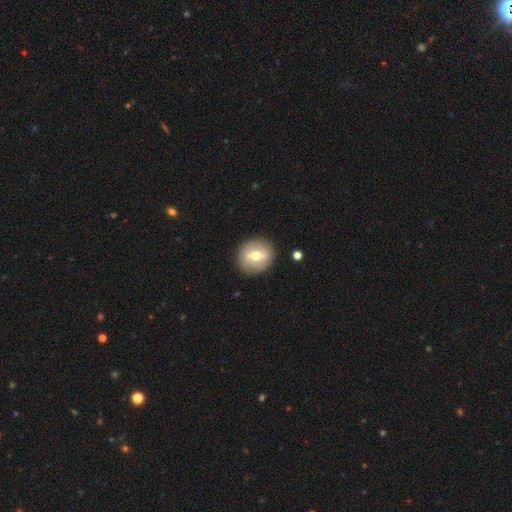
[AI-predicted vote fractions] Smooth or featured: smooth — 51% (featured or disk — 42%)
How rounded: round — 84% (in between — 15%)
Merging: none — 88% (minor disturbance — 8%)